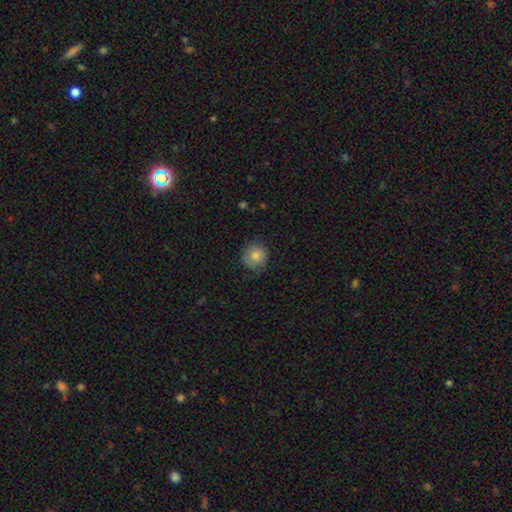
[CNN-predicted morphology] This appears to be a smooth galaxy with no disk features (81%) that is round (89%). Merging: none (74%).